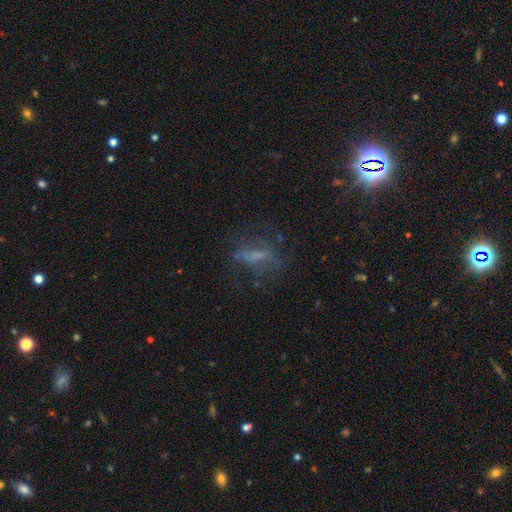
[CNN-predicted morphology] Smooth or featured? featured or disk (44%)
Merging? none (54%)